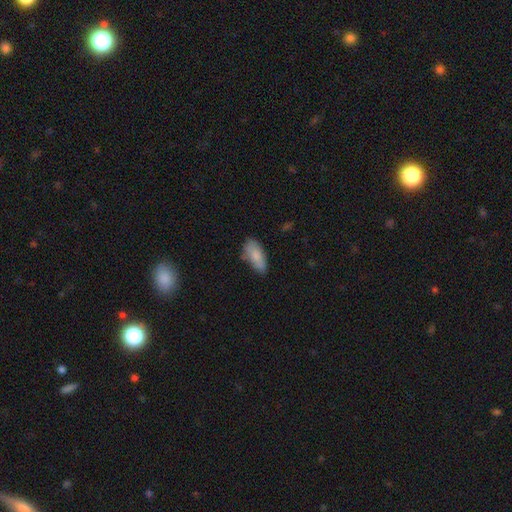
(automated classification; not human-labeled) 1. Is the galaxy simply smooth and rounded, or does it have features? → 81% smooth, 12% featured or disk, 7% star or artifact.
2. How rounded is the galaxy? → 86% in between, 11% cigar-shaped, 2% round.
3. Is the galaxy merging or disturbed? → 64% none, 26% minor disturbance, 5% major disturbance, 5% merger.